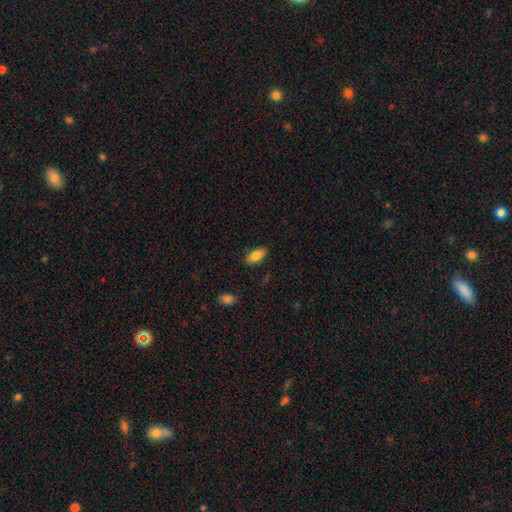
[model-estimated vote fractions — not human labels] Overall: smooth (83%). How rounded: in between (90%). Merging: none (85%).